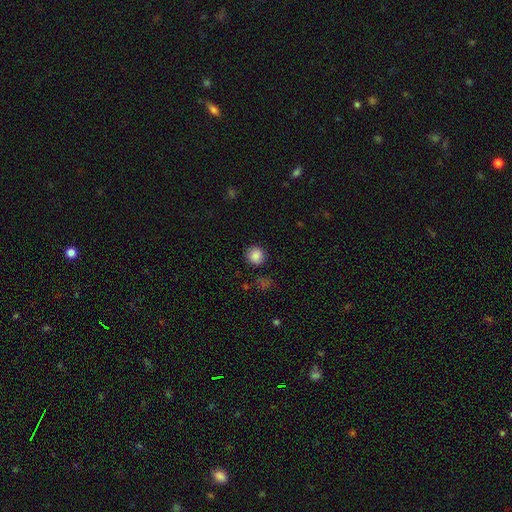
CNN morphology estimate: Smooth or featured? smooth (86%)
How rounded? round (90%)
Merging? none (86%)